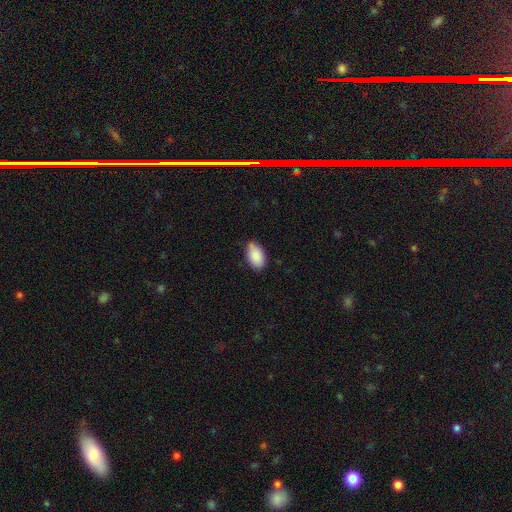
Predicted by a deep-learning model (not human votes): The model was most divided on "merging": none: 74%, minor disturbance: 22%, major disturbance: 3%, merger: 1%. More confident: how rounded — in between (94%); smooth or featured — smooth (88%).